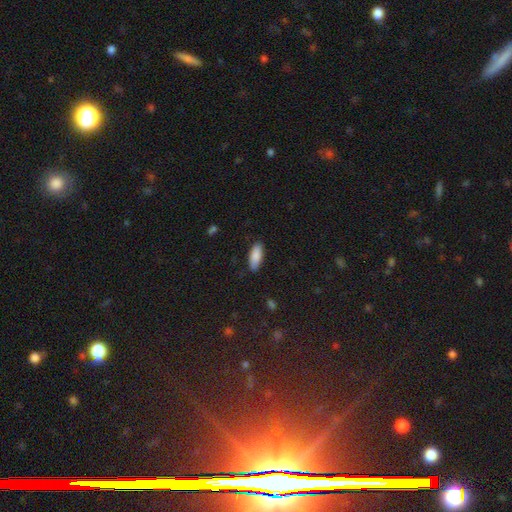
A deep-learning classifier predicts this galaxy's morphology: A smooth galaxy with no disk features (88%) that is in between round and cigar-shaped (75%). Merging: none (87%).